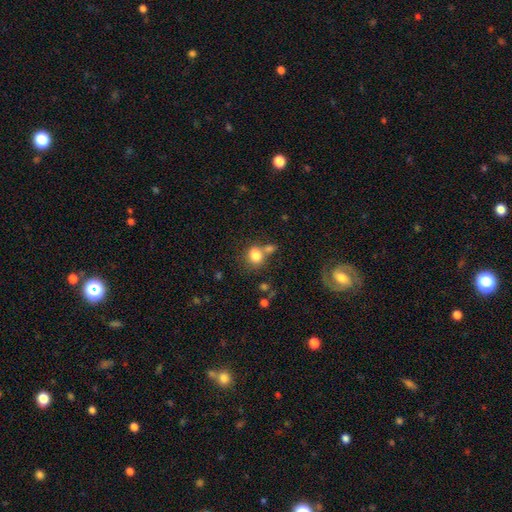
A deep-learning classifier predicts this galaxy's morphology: type=smooth (79%); roundness=in between (61%); merging=none (41%).